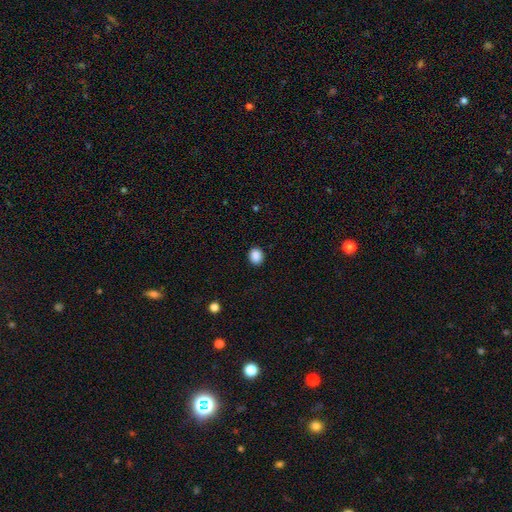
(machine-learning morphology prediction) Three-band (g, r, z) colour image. It shows a smooth galaxy with no disk features (88%) that is round (73%). Merging: none (91%).